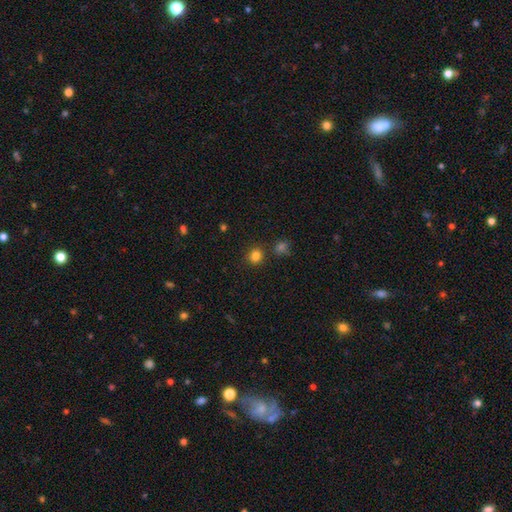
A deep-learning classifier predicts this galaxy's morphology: Smooth or featured: smooth — 82% (star or artifact — 14%)
How rounded: round — 86% (in between — 13%)
Merging: none — 82% (minor disturbance — 7%)